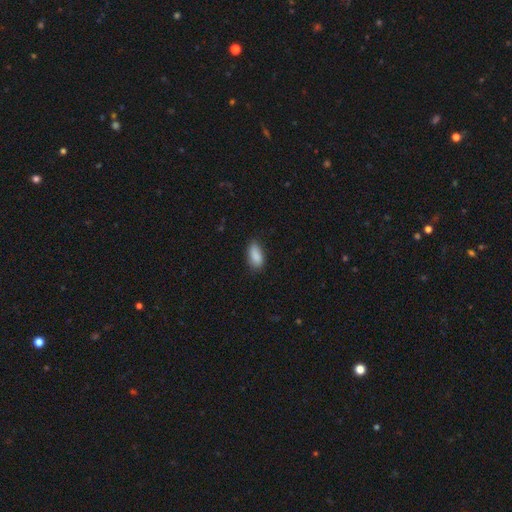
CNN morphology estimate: This is clearly a smooth galaxy (88%). How rounded: clearly in between (87%). Merging: likely none (75%).